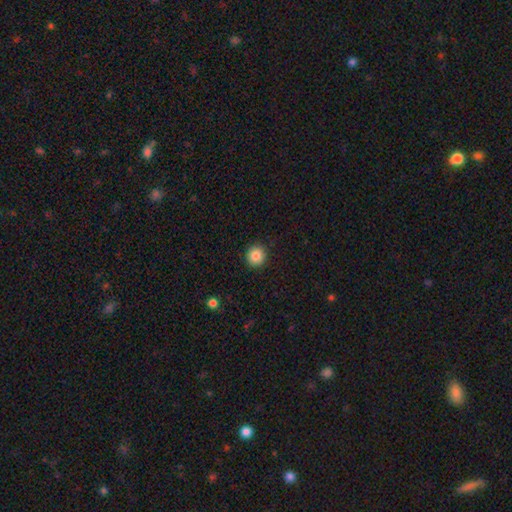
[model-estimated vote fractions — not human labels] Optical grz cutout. It shows a smooth galaxy with no disk features (85%) that is round (92%). Merging: none (92%).